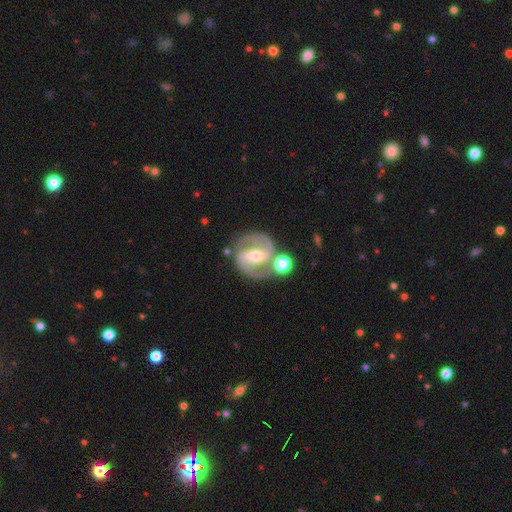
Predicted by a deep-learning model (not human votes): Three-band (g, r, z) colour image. It shows a featured or disk galaxy (90%) with a strong bar (55%), 2 (91%) medium (56%) spiral arms (98%) and a moderate central bulge (50%). Merging: none (72%).